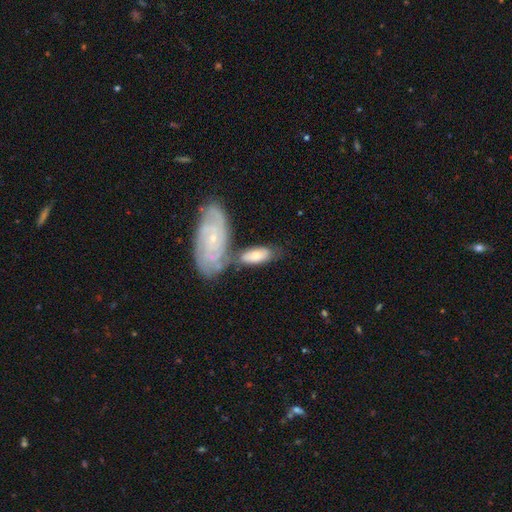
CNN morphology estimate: This is possibly a smooth galaxy (53%). How rounded: clearly in between (81%). Merging: possibly none (47%).